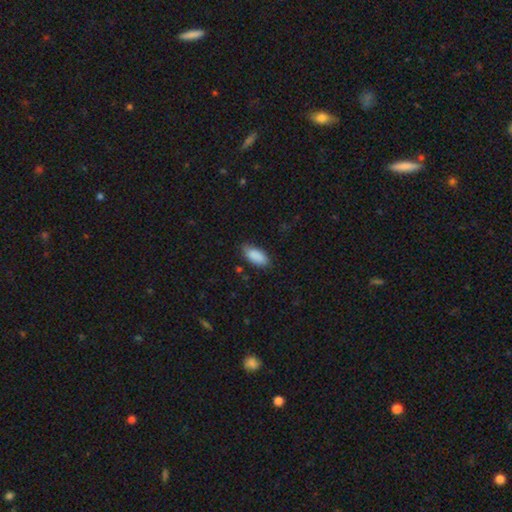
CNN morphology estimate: Smooth or featured? smooth (90%)
How rounded? in between (91%)
Merging? none (80%)